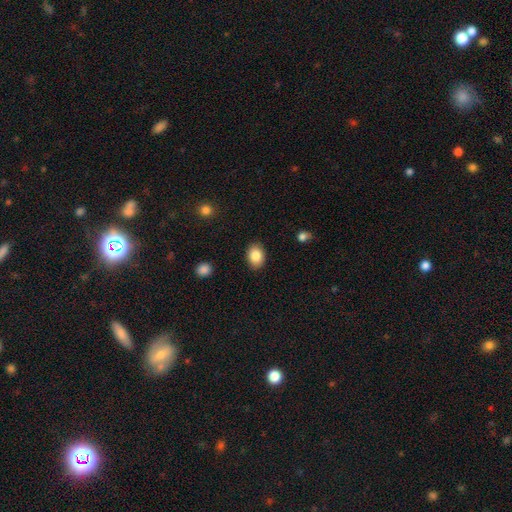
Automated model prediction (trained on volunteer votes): Q: Smooth or featured?
A: smooth (85%); runner-up: star or artifact (8%)
Q: How rounded?
A: in between (77%); runner-up: round (22%)
Q: Merging?
A: none (88%); runner-up: minor disturbance (9%)